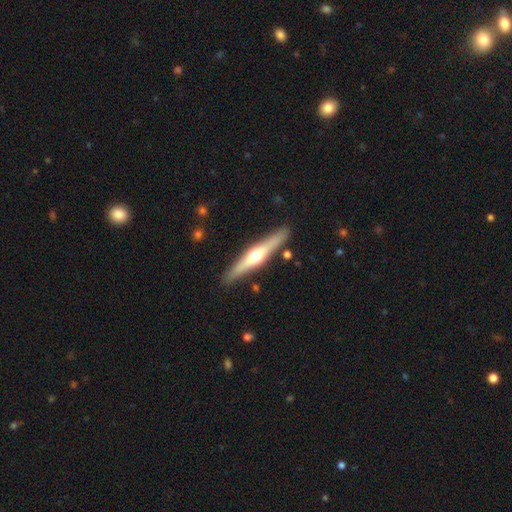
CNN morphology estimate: smooth_or_featured: featured or disk (p=0.65) [alt: smooth p=0.30]
disk_edge_on: yes (p=0.97) [alt: no p=0.03]
edge_on_bulge: rounded (p=0.92) [alt: none p=0.04]
merging: none (p=0.88) [alt: minor disturbance p=0.08]